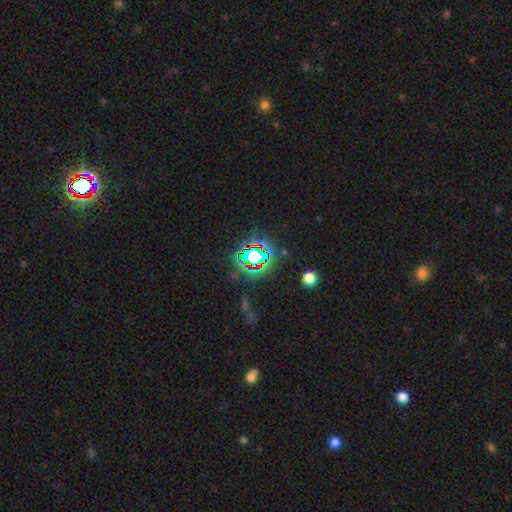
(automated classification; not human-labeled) The model was most divided on "smooth or featured": star or artifact: 74%, smooth: 15%, featured or disk: 11%.